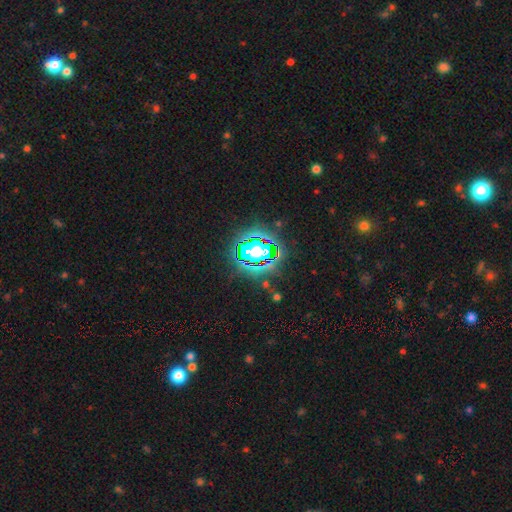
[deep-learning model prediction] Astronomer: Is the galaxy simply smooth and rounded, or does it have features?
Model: star or artifact — 65%.